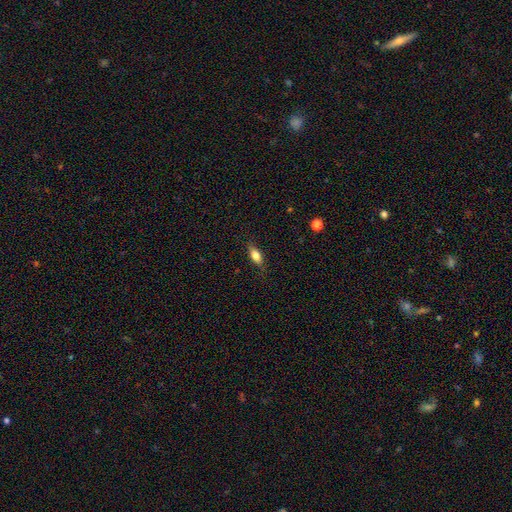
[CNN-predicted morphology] smooth 70%, featured or disk 22%, star or artifact 8%. Down the decision tree: how rounded — in between (72%); merging — none (81%).